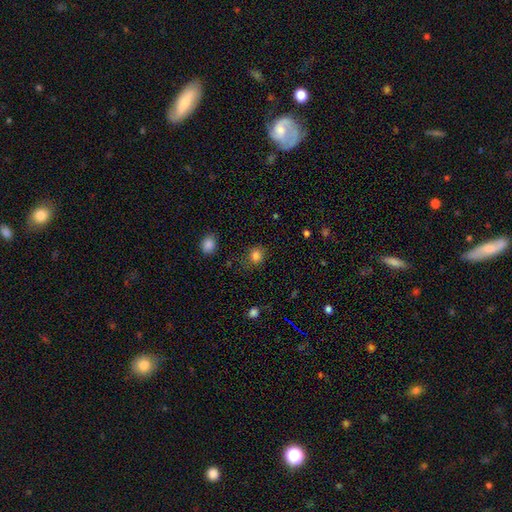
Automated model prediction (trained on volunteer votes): smooth_or_featured: smooth (p=0.81) [alt: star or artifact p=0.14]
how_rounded: round (p=0.68) [alt: in between p=0.31]
merging: none (p=0.72) [alt: minor disturbance p=0.19]